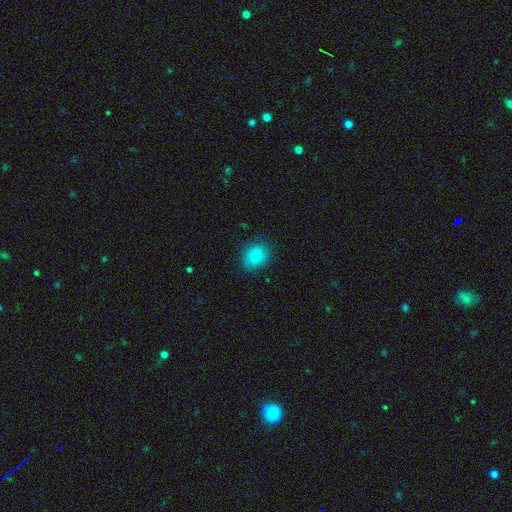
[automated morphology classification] A smooth galaxy with no disk features (83%) that is round (57%). Merging: none (81%).